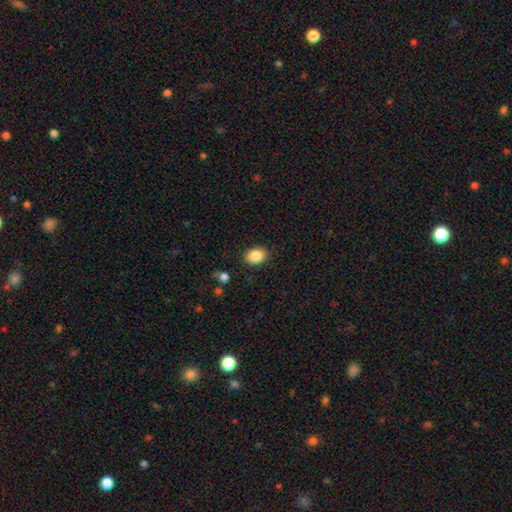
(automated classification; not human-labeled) This appears to be a smooth galaxy with no disk features (87%) that is in between round and cigar-shaped (68%). Merging: none (88%).